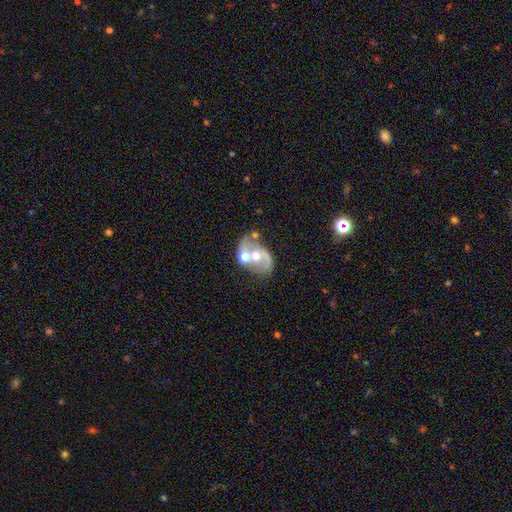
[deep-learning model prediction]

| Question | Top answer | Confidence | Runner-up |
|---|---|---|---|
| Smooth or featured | featured or disk | 73% | smooth (18%) |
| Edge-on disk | no | 97% | yes (3%) |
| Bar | no | 61% | weak (30%) |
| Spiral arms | yes | 78% | no (22%) |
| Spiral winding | loose | 43% | medium (42%) |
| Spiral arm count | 2 | 74% | 1 (16%) |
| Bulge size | moderate | 63% | small (20%) |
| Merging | merger | 35% | tied: none (35%) |